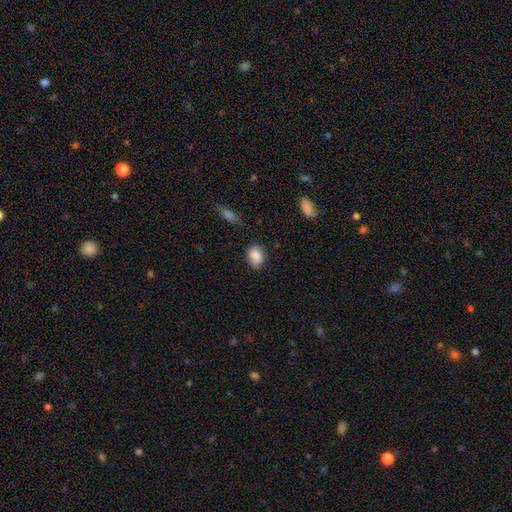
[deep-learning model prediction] This appears to be a smooth galaxy with no disk features (87%) that is in between round and cigar-shaped (76%). Merging: none (72%).